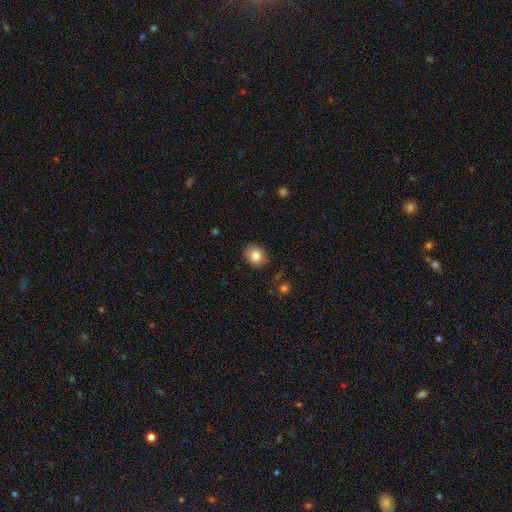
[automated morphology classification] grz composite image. It shows a smooth galaxy with no disk features (83%) that is round (62%). Merging: none (83%).